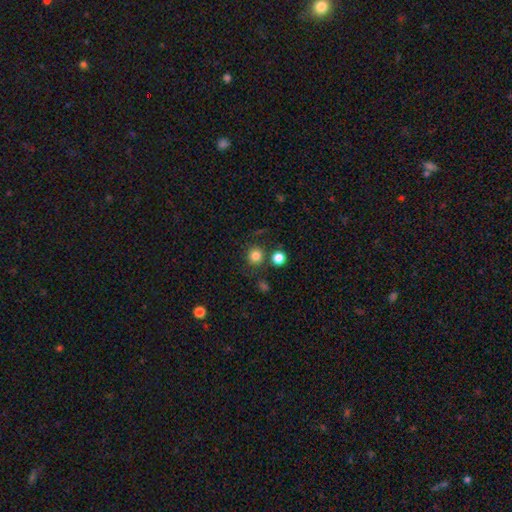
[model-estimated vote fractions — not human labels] Smooth or featured? smooth (81%)
How rounded? round (93%)
Merging? none (81%)